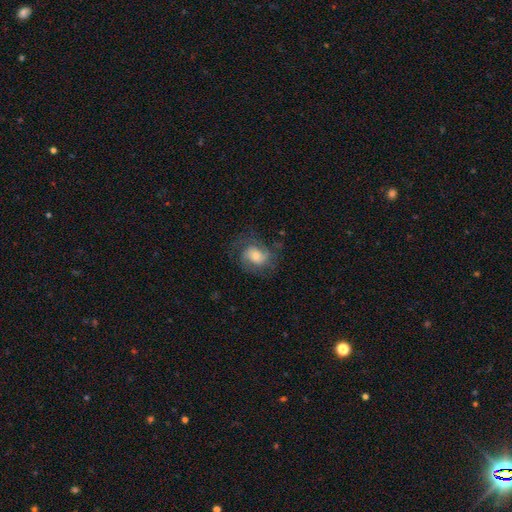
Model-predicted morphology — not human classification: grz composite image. It shows a featured or disk galaxy (60%) with no bar (64%), 2 (53%) medium (46%) spiral arms (86%) and a moderate central bulge (50%). Merging: none (64%).